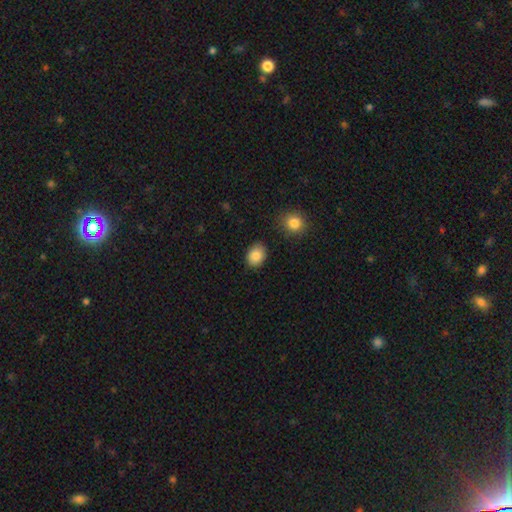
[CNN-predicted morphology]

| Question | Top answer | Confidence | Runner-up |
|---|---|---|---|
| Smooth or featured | smooth | 87% | star or artifact (8%) |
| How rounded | in between | 62% | round (37%) |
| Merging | none | 85% | minor disturbance (10%) |